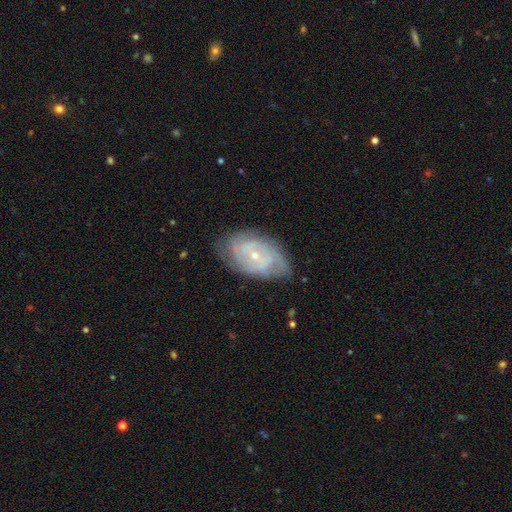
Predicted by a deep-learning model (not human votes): smooth-or-featured: featured or disk: 81% | smooth: 13% | star or artifact: 7%
  disk-edge-on: no: 95% | yes: 5%
    bar: no: 65% | weak: 29% | strong: 6%
    has-spiral-arms: yes: 92% | no: 8%
      spiral-winding: tight: 63% | medium: 30% | loose: 8%
      spiral-arm-count: can't tell: 37% | 2: 25% | 3: 18% | 4: 11% | more than 4: 5% | 1: 5%
    bulge-size: small: 72% | moderate: 25% | none: 1% | large: 1% | dominant: 1%
  merging: none: 73% | minor disturbance: 20% | major disturbance: 5% | merger: 1%